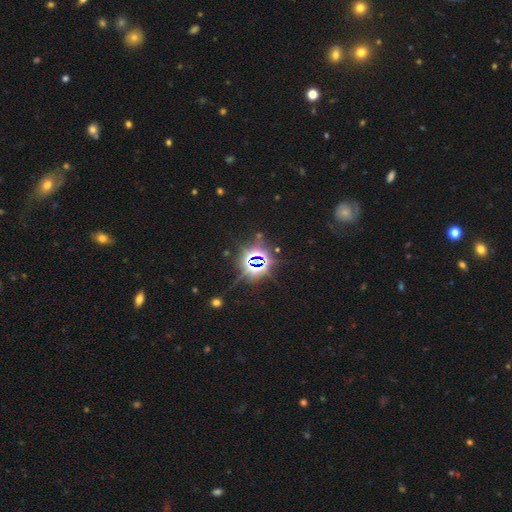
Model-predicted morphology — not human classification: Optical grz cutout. It shows a star or artifact, not a galaxy (82%).